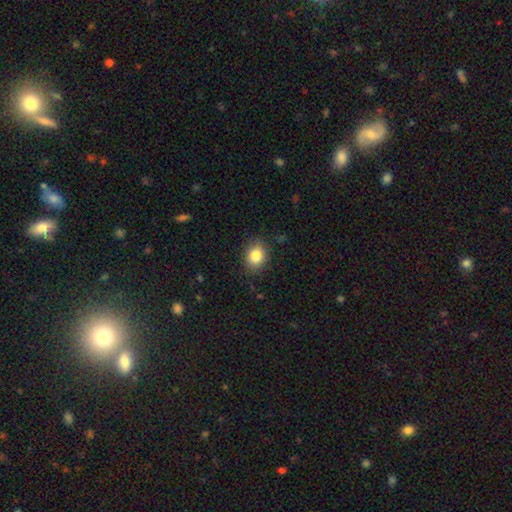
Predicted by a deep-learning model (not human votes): A smooth galaxy with no disk features (84%) that is in between round and cigar-shaped (56%).

Vote fractions:
- Smooth or featured? smooth: 84% / star or artifact: 9% / featured or disk: 7%
- How rounded? in between: 56% / round: 43% / cigar-shaped: 1%
- Merging? none: 85% / minor disturbance: 11% / major disturbance: 3% / merger: 1%